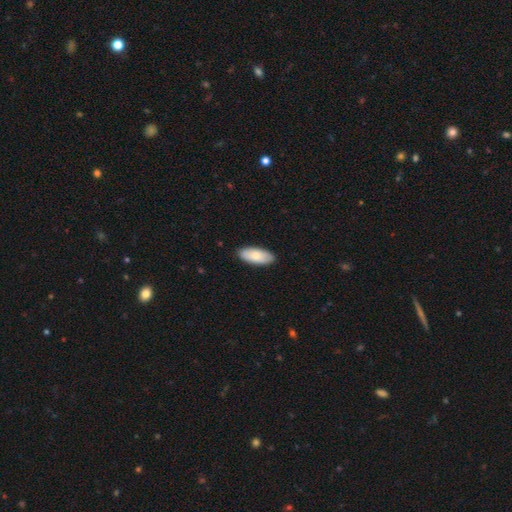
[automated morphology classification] This appears to be a smooth galaxy with no disk features (81%) that is in between round and cigar-shaped (87%). Merging: none (89%).